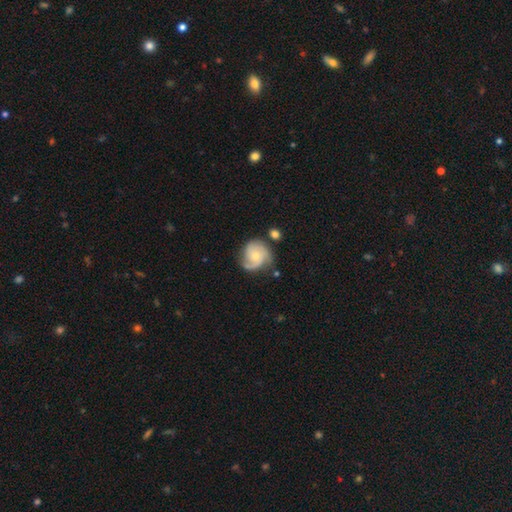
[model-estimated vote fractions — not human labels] Smooth or featured?
  - featured or disk: 70% *
  - smooth: 24%
  - star or artifact: 6%
Edge-on disk?
  - no: 98% *
  - yes: 2%
Bar?
  - no: 74% *
  - weak: 22%
  - strong: 3%
Spiral arms?
  - yes: 92% *
  - no: 8%
Spiral winding?
  - tight: 42% *
  - medium: 39%
  - loose: 18%
Spiral arm count?
  - 2: 43% *
  - 3: 20%
  - 1: 17%
  - can't tell: 15%
  - 4: 3%
  - more than 4: 2%
Bulge size?
  - moderate: 48% *
  - small: 47%
  - large: 2%
  - none: 2%
  - dominant: 1%
Merging?
  - none: 60% *
  - minor disturbance: 24%
  - major disturbance: 10%
  - merger: 5%